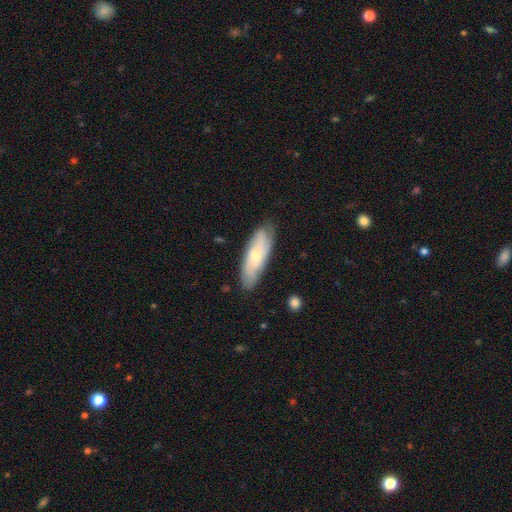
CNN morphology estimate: Smooth or featured?
  - featured or disk: 48% *
  - smooth: 45%
  - star or artifact: 7%
Merging?
  - none: 80% *
  - minor disturbance: 15%
  - major disturbance: 3%
  - merger: 1%